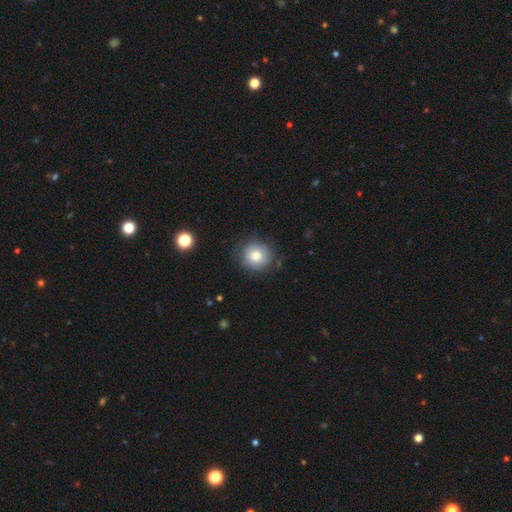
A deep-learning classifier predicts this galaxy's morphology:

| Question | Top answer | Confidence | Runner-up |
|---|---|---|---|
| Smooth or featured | smooth | 77% | featured or disk (14%) |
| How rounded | round | 89% | in between (10%) |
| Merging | none | 80% | minor disturbance (14%) |